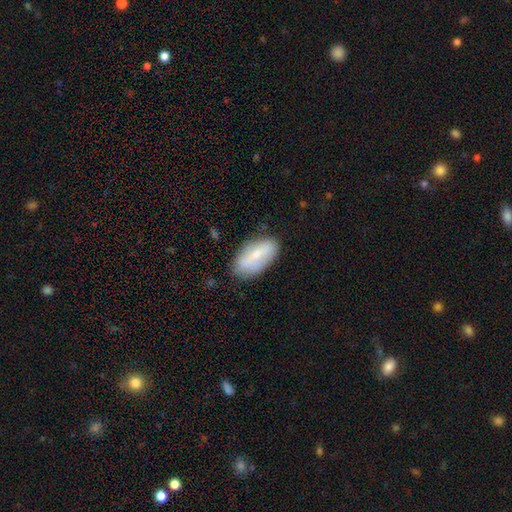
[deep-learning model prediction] A smooth galaxy with no disk features (57%) that is in between round and cigar-shaped (89%).

Vote fractions:
- Smooth or featured? smooth: 57% / featured or disk: 36% / star or artifact: 7%
- How rounded? in between: 89% / cigar-shaped: 8% / round: 3%
- Merging? none: 75% / minor disturbance: 18% / major disturbance: 5% / merger: 2%